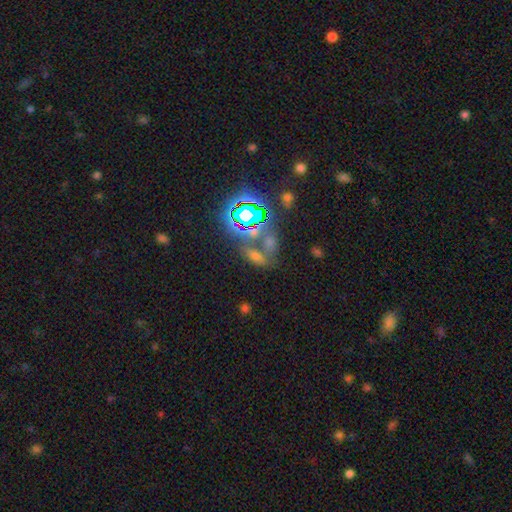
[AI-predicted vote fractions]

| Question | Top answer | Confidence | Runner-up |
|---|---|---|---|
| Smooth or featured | smooth | 46% | star or artifact (41%) |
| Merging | none | 45% | merger (34%) |